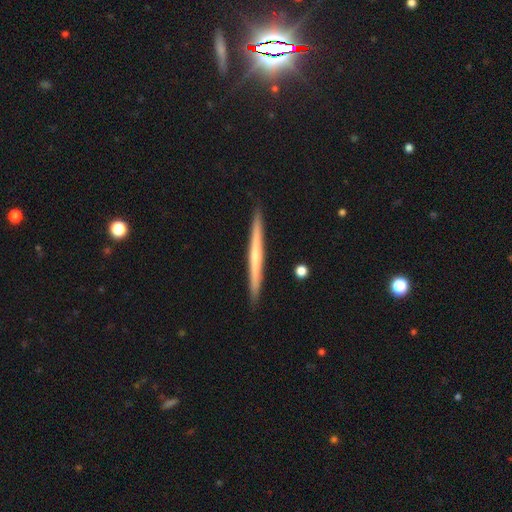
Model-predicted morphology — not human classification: Smooth or featured?
  - featured or disk: 55% *
  - smooth: 39%
  - star or artifact: 5%
Edge-on disk?
  - yes: 97% *
  - no: 3%
Edge-on bulge?
  - none: 73% *
  - rounded: 23%
  - boxy: 5%
Merging?
  - none: 92% *
  - minor disturbance: 6%
  - merger: 1%
  - major disturbance: 1%